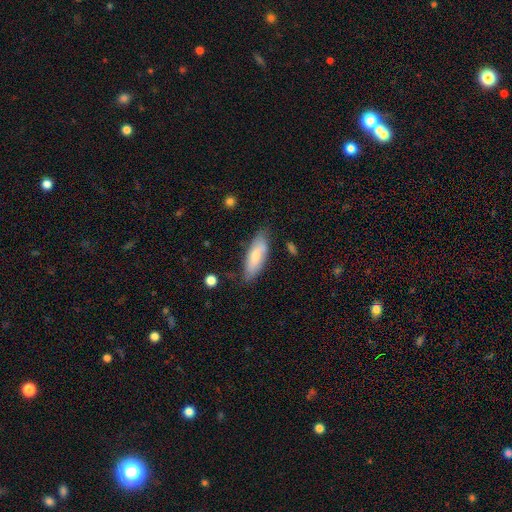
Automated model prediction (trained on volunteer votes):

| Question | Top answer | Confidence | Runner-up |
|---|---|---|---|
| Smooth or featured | smooth | 70% | featured or disk (24%) |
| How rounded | in between | 64% | cigar-shaped (34%) |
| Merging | none | 72% | minor disturbance (21%) |